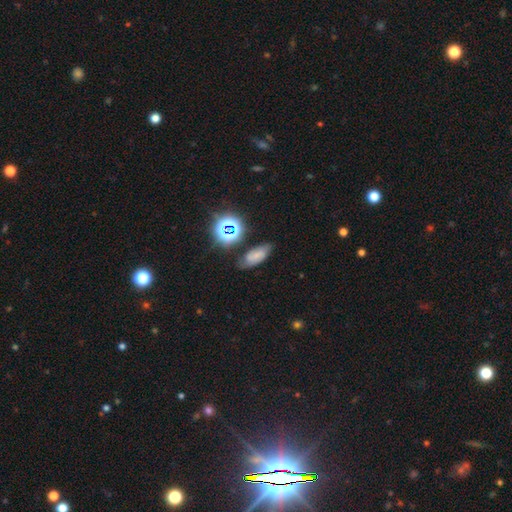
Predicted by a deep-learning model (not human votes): This is possibly a smooth galaxy (47%). Merging: likely none (70%).